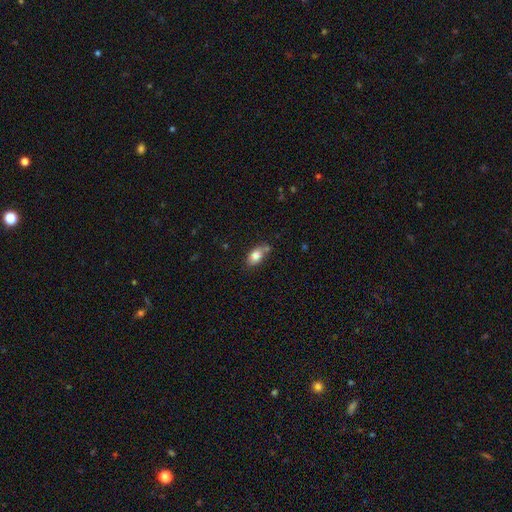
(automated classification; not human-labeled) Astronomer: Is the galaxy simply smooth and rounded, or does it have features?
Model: smooth — 80%.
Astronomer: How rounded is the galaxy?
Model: in between — 86%.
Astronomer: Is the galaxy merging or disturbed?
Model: none — 58%.